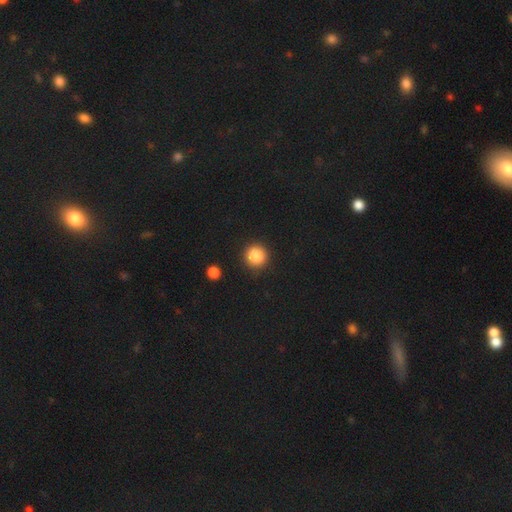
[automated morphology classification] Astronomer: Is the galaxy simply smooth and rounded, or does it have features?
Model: smooth — 87%.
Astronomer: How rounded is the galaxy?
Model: round — 92%.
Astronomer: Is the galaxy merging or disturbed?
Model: none — 89%.